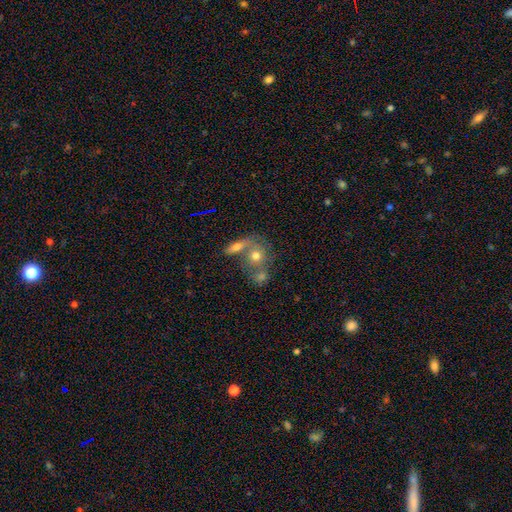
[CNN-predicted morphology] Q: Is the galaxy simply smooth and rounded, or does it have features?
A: smooth — 51%.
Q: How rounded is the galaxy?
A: round — 64%.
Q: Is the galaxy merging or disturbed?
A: merger — 55%.